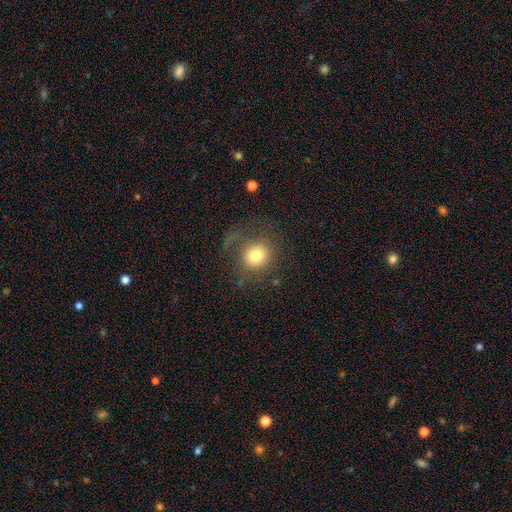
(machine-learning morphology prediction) smooth_or_featured: smooth (p=0.72) [alt: featured or disk p=0.16]
how_rounded: round (p=0.84) [alt: in between p=0.15]
merging: none (p=0.63) [alt: major disturbance p=0.19]